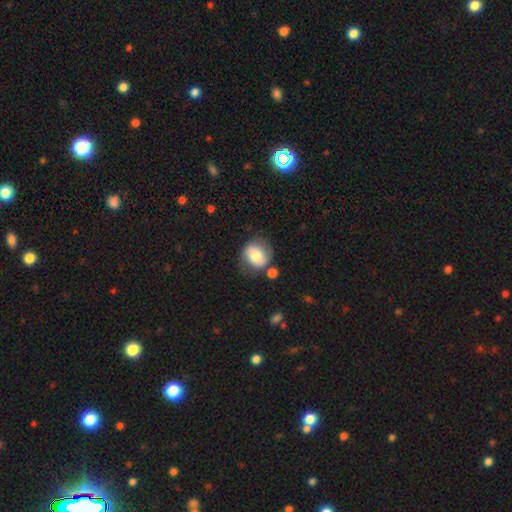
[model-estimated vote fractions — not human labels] smooth_or_featured: smooth (p=0.59) [alt: featured or disk p=0.34]
how_rounded: round (p=0.63) [alt: in between p=0.36]
merging: none (p=0.63) [alt: minor disturbance p=0.21]